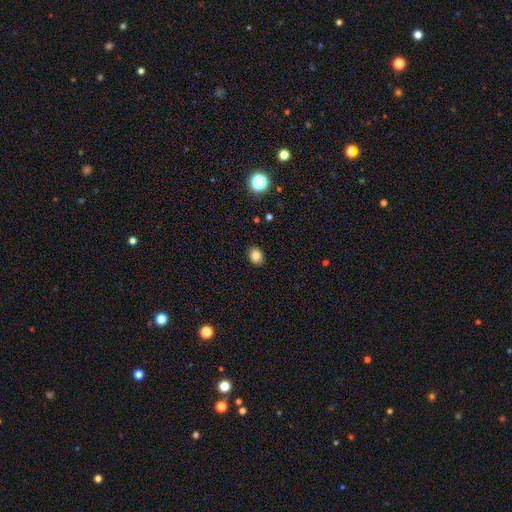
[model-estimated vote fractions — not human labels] Morphology: type=smooth (82%); roundness=round (51%); merging=none (89%).